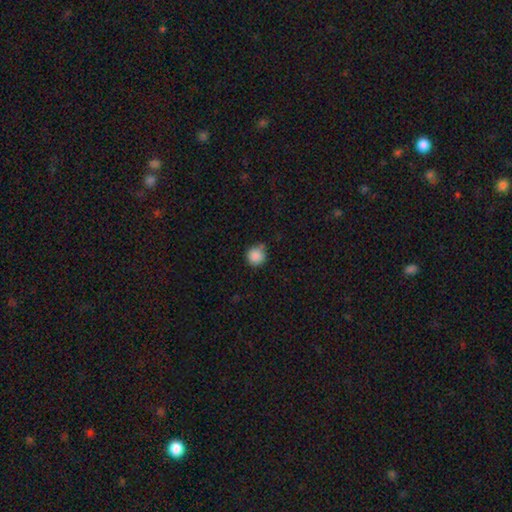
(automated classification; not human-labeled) smooth-or-featured: smooth: 88% | star or artifact: 9% | featured or disk: 3%
  how-rounded: round: 94% | in between: 5% | cigar-shaped: 1%
  merging: none: 75% | minor disturbance: 17% | merger: 5% | major disturbance: 3%